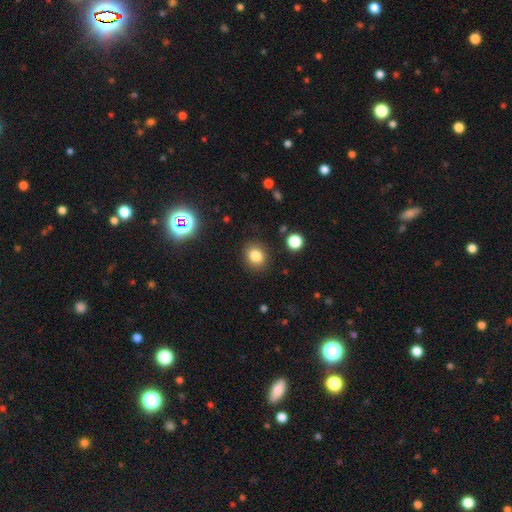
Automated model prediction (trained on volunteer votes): smooth 82%, star or artifact 11%, featured or disk 6%. Down the decision tree: how rounded — round (66%); merging — none (87%).